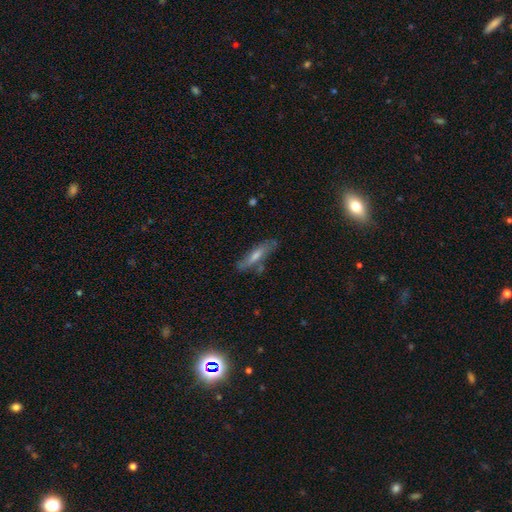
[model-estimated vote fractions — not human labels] Smooth or featured? Predicted: featured or disk (p=0.47). Merging? Predicted: none (p=0.71).